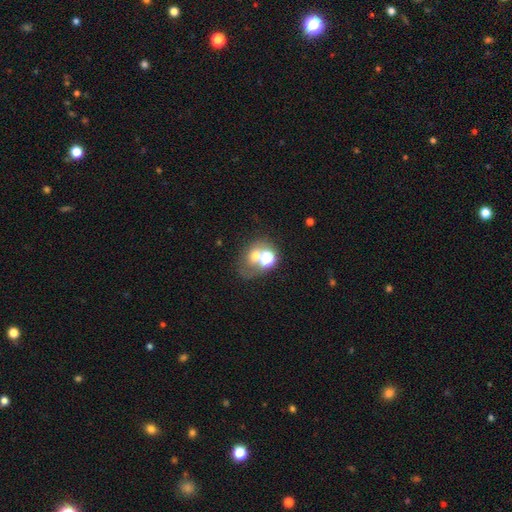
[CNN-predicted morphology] This appears to be a smooth galaxy with no disk features (51%) that is round (59%). Merging: none (40%).